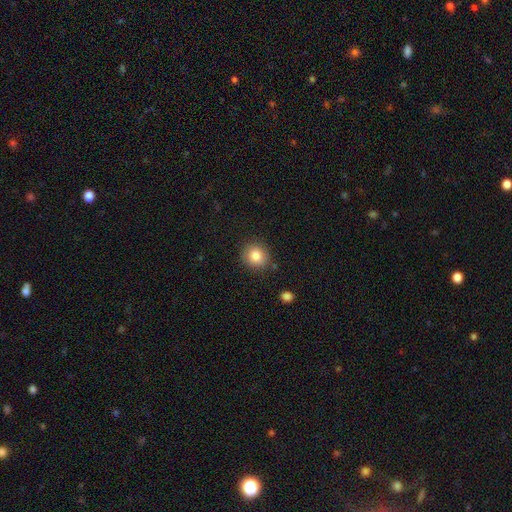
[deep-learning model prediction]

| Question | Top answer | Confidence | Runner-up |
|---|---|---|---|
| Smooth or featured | smooth | 85% | star or artifact (9%) |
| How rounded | round | 88% | in between (11%) |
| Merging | none | 85% | minor disturbance (9%) |